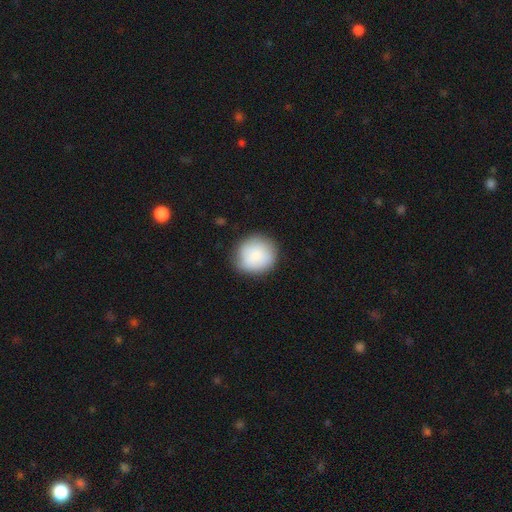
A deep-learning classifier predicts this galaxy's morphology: Overall: smooth (83%). How rounded: round (90%). Merging: none (82%).